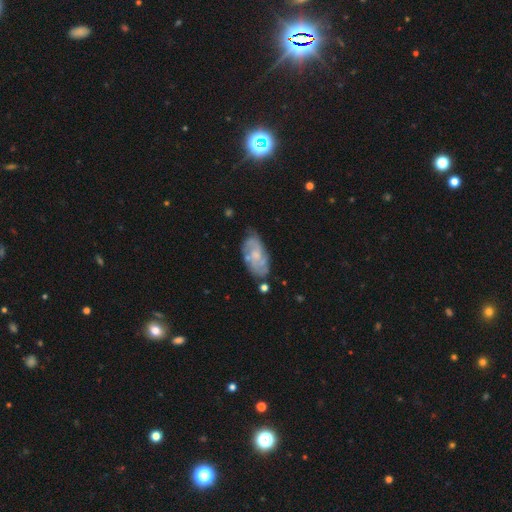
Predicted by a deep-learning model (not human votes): Smooth or featured?
  - featured or disk: 64% *
  - smooth: 30%
  - star or artifact: 7%
Edge-on disk?
  - no: 94% *
  - yes: 6%
Bar?
  - no: 70% *
  - weak: 27%
  - strong: 4%
Spiral arms?
  - yes: 79% *
  - no: 21%
Bulge size?
  - moderate: 40% *
  - small: 39%
  - none: 16%
  - large: 3%
  - dominant: 1%
Merging?
  - none: 67% *
  - minor disturbance: 22%
  - major disturbance: 6%
  - merger: 4%